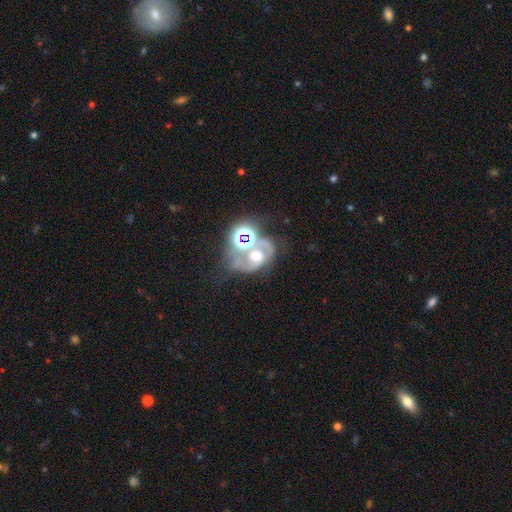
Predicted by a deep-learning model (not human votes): Q: Smooth or featured?
A: featured or disk (55%); runner-up: smooth (23%)
Q: Edge-on disk?
A: no (97%); runner-up: yes (3%)
Q: Bar?
A: no (71%); runner-up: weak (20%)
Q: Spiral arms?
A: yes (68%); runner-up: no (32%)
Q: Bulge size?
A: moderate (62%); runner-up: large (17%)
Q: Merging?
A: merger (40%); runner-up: none (24%)